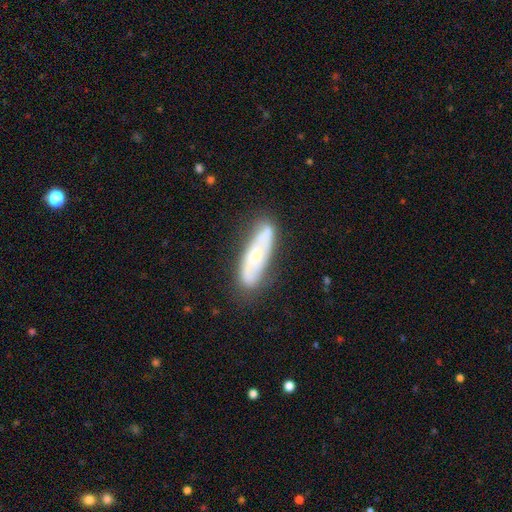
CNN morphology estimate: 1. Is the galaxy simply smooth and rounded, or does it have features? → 57% featured or disk, 37% smooth, 6% star or artifact.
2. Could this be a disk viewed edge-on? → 72% no, 28% yes.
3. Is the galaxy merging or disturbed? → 74% none, 17% minor disturbance, 5% major disturbance, 4% merger.